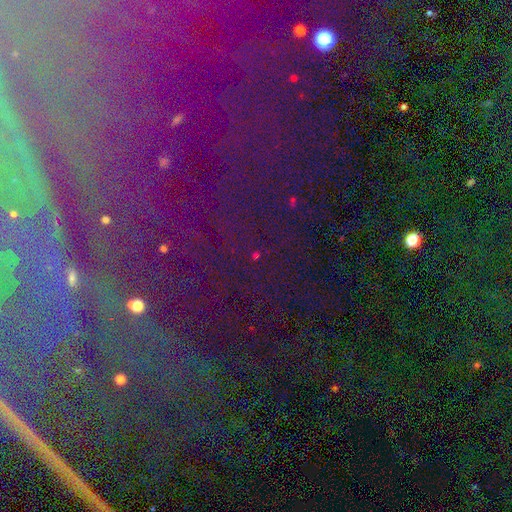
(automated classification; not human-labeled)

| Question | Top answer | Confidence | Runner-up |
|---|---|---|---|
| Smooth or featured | star or artifact | 79% | smooth (13%) |